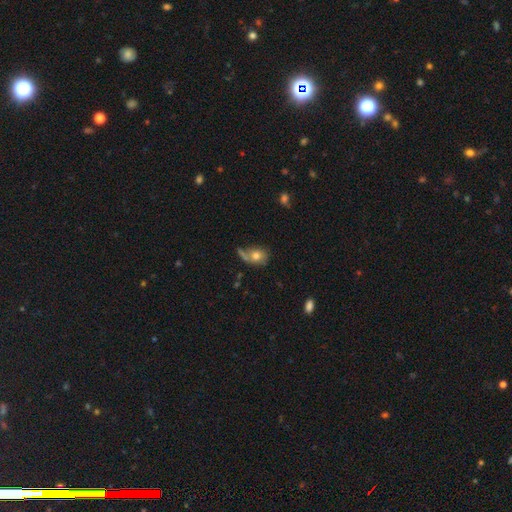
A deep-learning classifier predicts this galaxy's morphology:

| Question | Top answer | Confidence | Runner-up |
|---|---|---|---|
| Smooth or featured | smooth | 69% | featured or disk (21%) |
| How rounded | in between | 50% | round (48%) |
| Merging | none | 41% | minor disturbance (23%) |